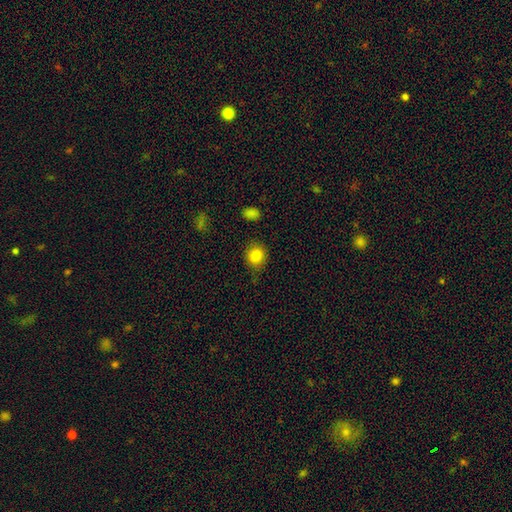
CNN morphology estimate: Q: Smooth or featured?
A: smooth (85%); runner-up: star or artifact (10%)
Q: How rounded?
A: round (81%); runner-up: in between (18%)
Q: Merging?
A: none (82%); runner-up: minor disturbance (13%)